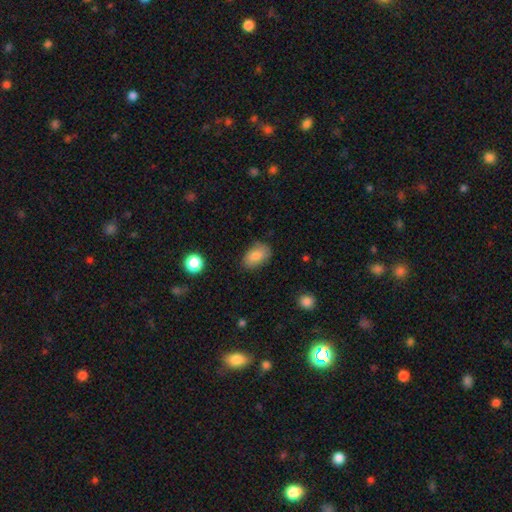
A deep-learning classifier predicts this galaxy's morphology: type=smooth (84%); roundness=in between (89%); merging=none (79%).